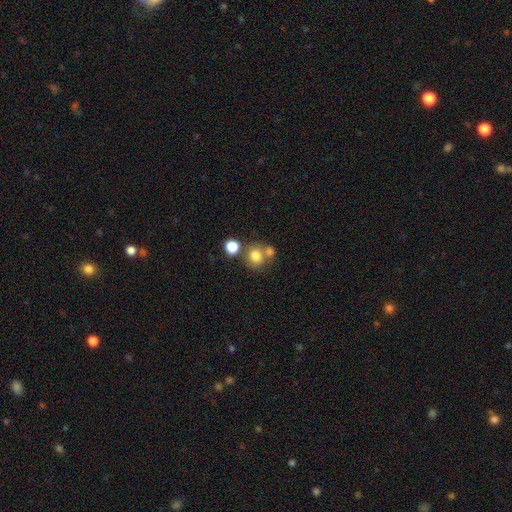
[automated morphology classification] type=smooth (76%); roundness=round (83%); merging=none (55%).